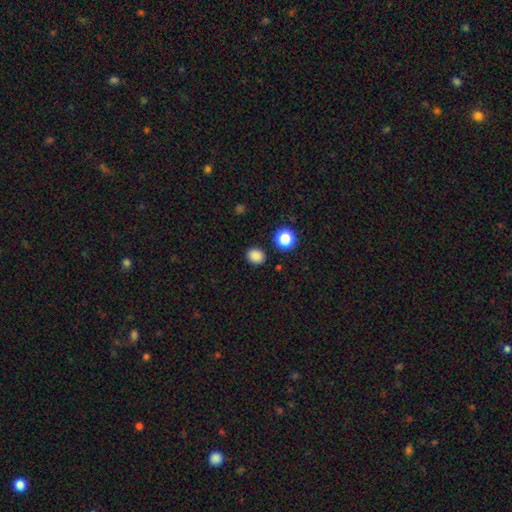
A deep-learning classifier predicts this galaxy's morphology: This appears to be a smooth galaxy with no disk features (85%) that is round (54%). Merging: none (88%).